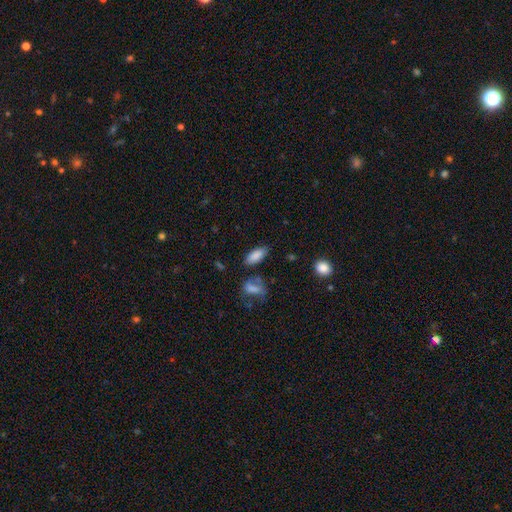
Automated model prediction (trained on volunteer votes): smooth_or_featured: smooth (p=0.85) [alt: star or artifact p=0.08]
how_rounded: in between (p=0.87) [alt: cigar-shaped p=0.11]
merging: none (p=0.73) [alt: minor disturbance p=0.16]